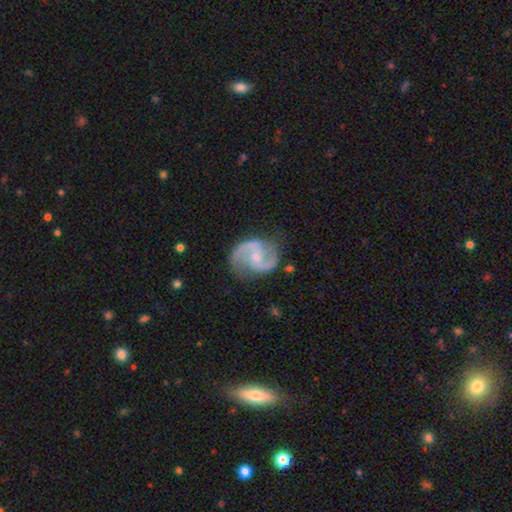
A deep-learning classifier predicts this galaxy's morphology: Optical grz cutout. It shows a featured or disk galaxy (90%) with no bar (50%), 2 (93%) medium (55%) spiral arms (97%) and a small central bulge (57%). Merging: none (77%).